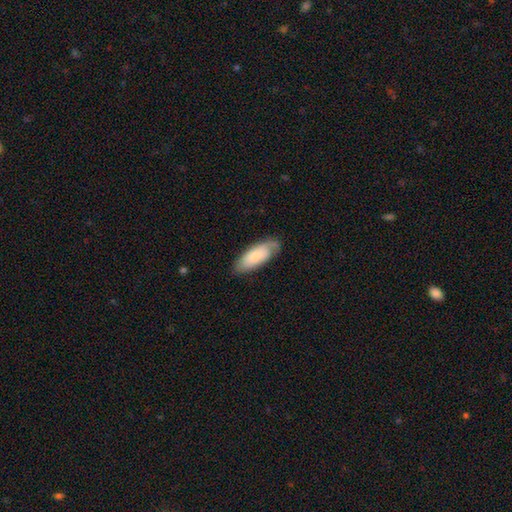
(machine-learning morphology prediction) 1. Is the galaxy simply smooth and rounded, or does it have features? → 70% smooth, 25% featured or disk, 6% star or artifact.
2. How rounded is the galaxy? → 80% in between, 18% cigar-shaped, 2% round.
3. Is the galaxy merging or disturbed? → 67% none, 25% minor disturbance, 7% major disturbance, 2% merger.